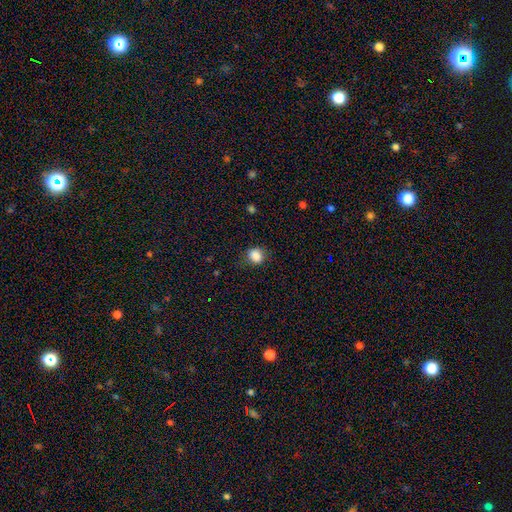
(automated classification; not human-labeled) This appears to be a smooth galaxy with no disk features (86%) that is round (65%). Merging: none (76%).